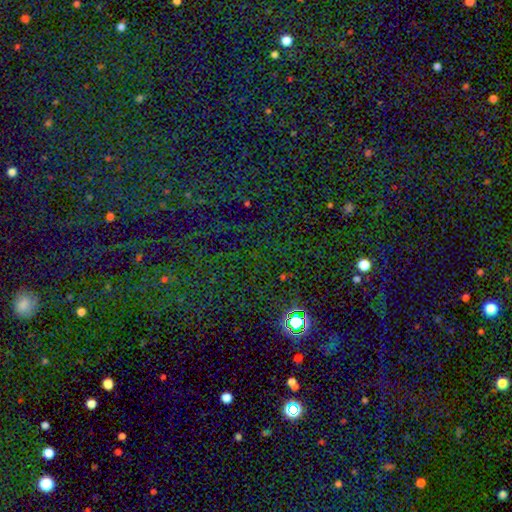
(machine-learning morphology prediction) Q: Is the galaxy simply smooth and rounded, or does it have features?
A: star or artifact — 77%.